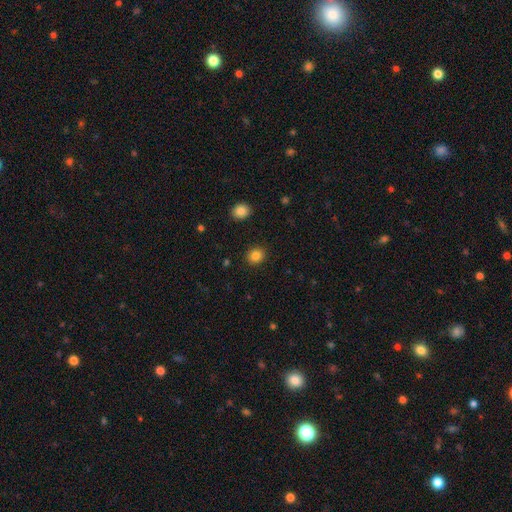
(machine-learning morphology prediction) Smooth or featured: smooth — 84% (star or artifact — 11%)
How rounded: round — 72% (in between — 28%)
Merging: none — 91% (minor disturbance — 6%)